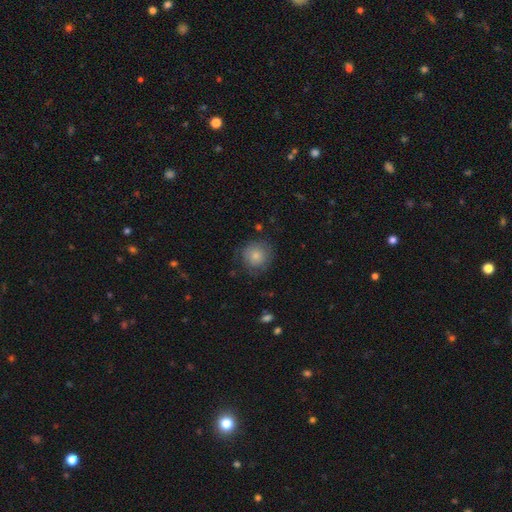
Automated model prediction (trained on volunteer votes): Q: Smooth or featured?
A: smooth (76%); runner-up: featured or disk (17%)
Q: How rounded?
A: round (91%); runner-up: in between (8%)
Q: Merging?
A: none (72%); runner-up: minor disturbance (19%)